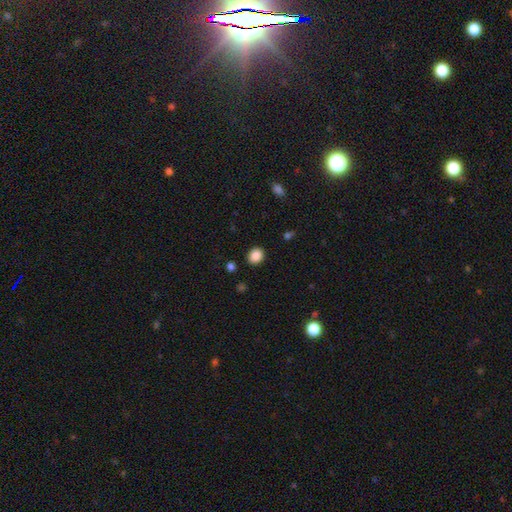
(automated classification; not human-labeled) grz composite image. It shows a smooth galaxy with no disk features (87%) that is round (64%). Merging: none (89%).